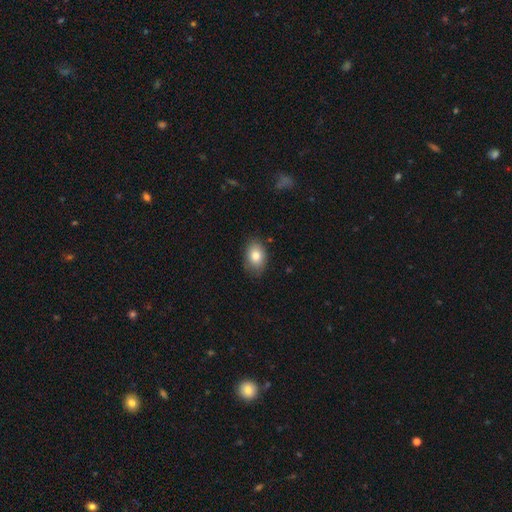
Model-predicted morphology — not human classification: smooth_or_featured: smooth (p=0.81) [alt: featured or disk p=0.11]
how_rounded: in between (p=0.80) [alt: round p=0.19]
merging: none (p=0.83) [alt: minor disturbance p=0.13]